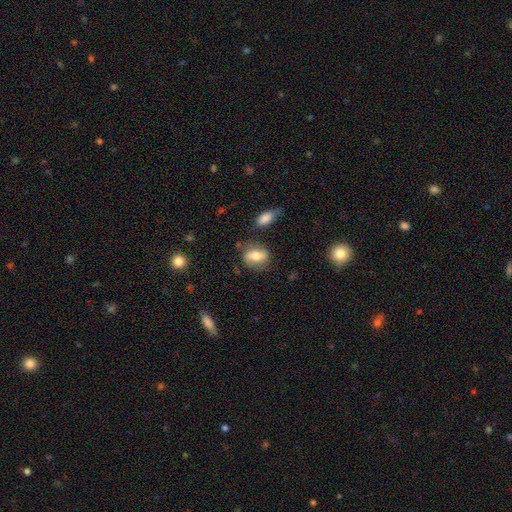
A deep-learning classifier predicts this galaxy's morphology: smooth 59%, featured or disk 33%, star or artifact 8%. Down the decision tree: how rounded — in between (74%); merging — none (69%).